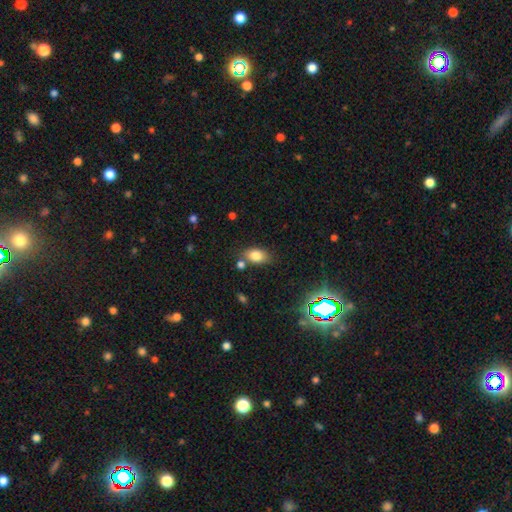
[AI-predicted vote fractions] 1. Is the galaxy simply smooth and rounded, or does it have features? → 80% smooth, 10% star or artifact, 9% featured or disk.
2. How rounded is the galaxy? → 85% in between, 13% round, 2% cigar-shaped.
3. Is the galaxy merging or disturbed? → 70% none, 15% minor disturbance, 11% merger, 4% major disturbance.